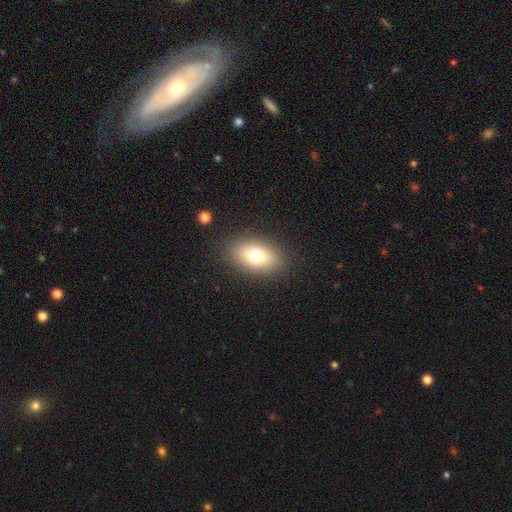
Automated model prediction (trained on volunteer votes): Smooth or featured? smooth (75%)
How rounded? in between (85%)
Merging? none (87%)